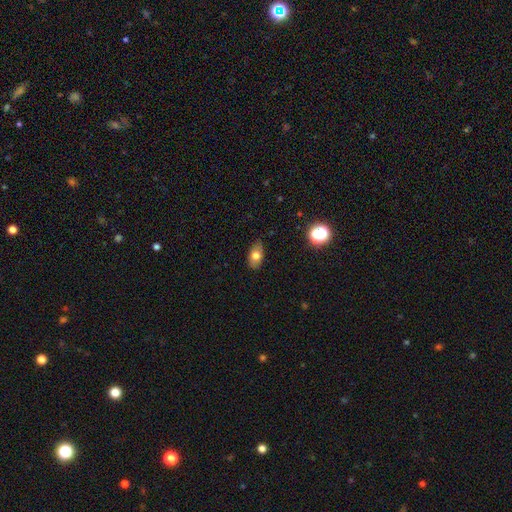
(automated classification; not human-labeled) This appears to be a smooth galaxy with no disk features (73%) that is in between round and cigar-shaped (87%). Merging: none (78%).